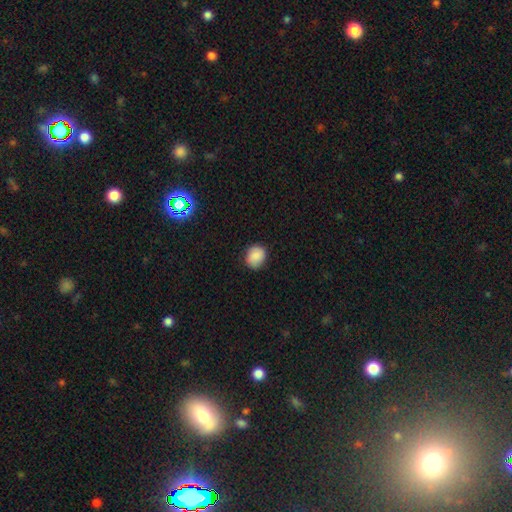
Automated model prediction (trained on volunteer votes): Smooth or featured? smooth (87%)
How rounded? round (71%)
Merging? none (83%)